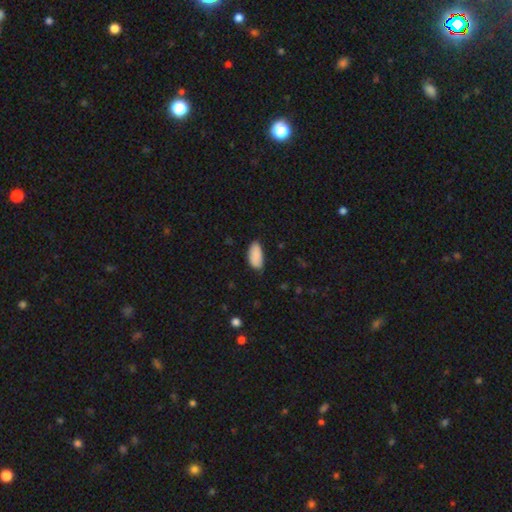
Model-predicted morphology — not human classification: This appears to be a smooth galaxy with no disk features (89%) that is in between round and cigar-shaped (93%). Merging: none (73%).